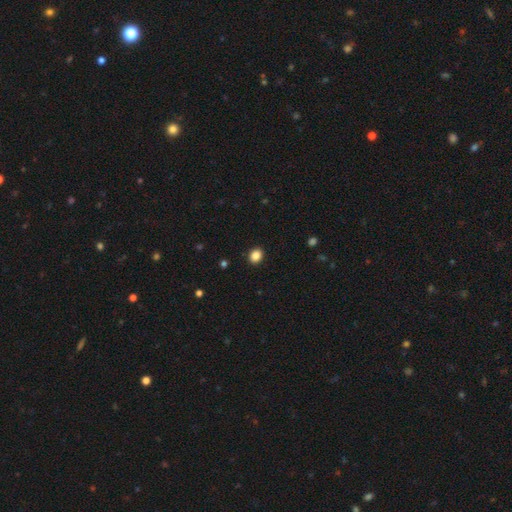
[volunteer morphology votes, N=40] A smooth galaxy with no disk features (88%) that is round (57%).

Vote fractions:
- Smooth or featured? smooth: 88% / star or artifact: 12% / featured or disk: 0%
- How rounded? round: 57% / in between: 43% / cigar-shaped: 0%
- Merging? none: 97% / minor disturbance: 3% / major disturbance: 0% / merger: 0%